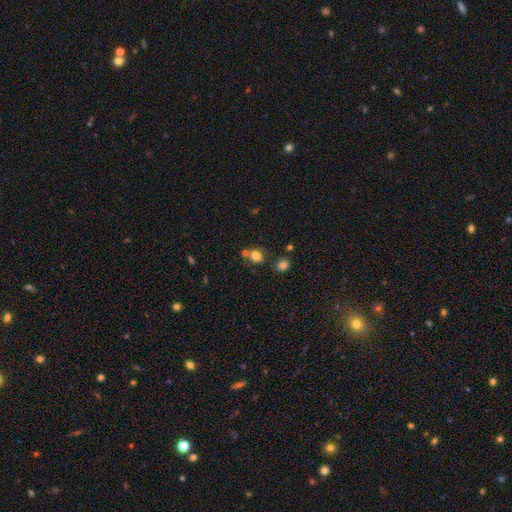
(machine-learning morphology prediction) A smooth galaxy with no disk features (78%) that is round (79%).

Vote fractions:
- Smooth or featured? smooth: 78% / star or artifact: 15% / featured or disk: 8%
- How rounded? round: 79% / in between: 20% / cigar-shaped: 1%
- Merging? none: 67% / merger: 18% / minor disturbance: 11% / major disturbance: 4%